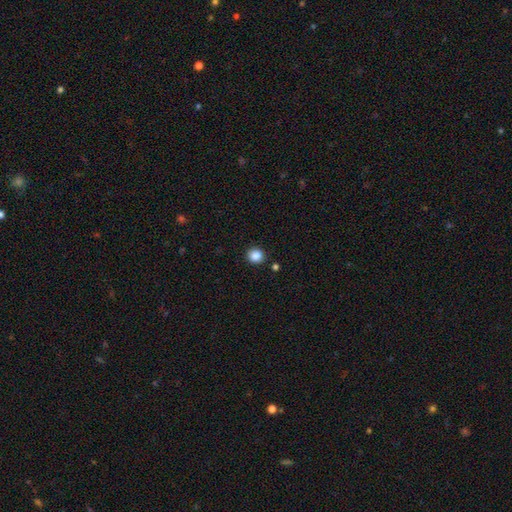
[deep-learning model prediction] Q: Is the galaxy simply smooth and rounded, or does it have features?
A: smooth — 87%.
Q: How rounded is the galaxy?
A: round — 90%.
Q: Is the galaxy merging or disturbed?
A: none — 90%.